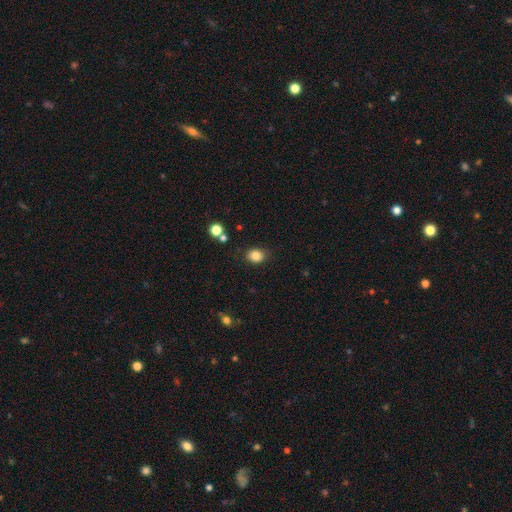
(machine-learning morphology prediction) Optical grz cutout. It shows a smooth galaxy with no disk features (84%) that is round (56%). Merging: none (83%).